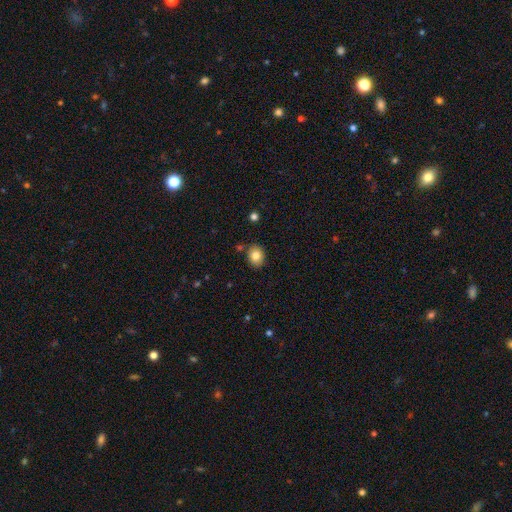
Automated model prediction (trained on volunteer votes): smooth-or-featured: smooth: 81% | featured or disk: 10% | star or artifact: 9%
  how-rounded: round: 50% | in between: 49% | cigar-shaped: 1%
  merging: none: 83% | minor disturbance: 11% | merger: 4% | major disturbance: 2%